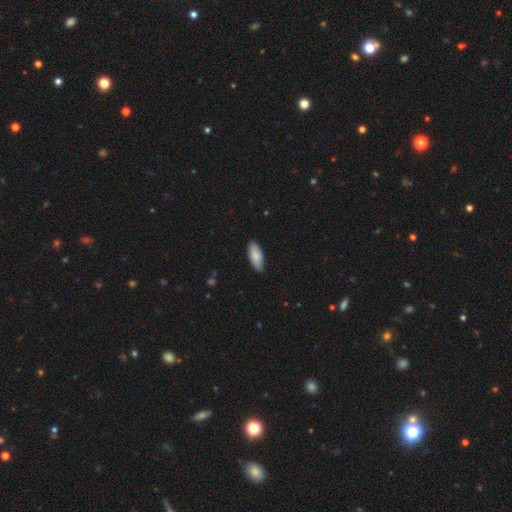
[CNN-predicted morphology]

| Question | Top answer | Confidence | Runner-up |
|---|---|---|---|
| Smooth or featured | smooth | 86% | featured or disk (9%) |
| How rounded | in between | 79% | cigar-shaped (19%) |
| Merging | none | 88% | minor disturbance (9%) |